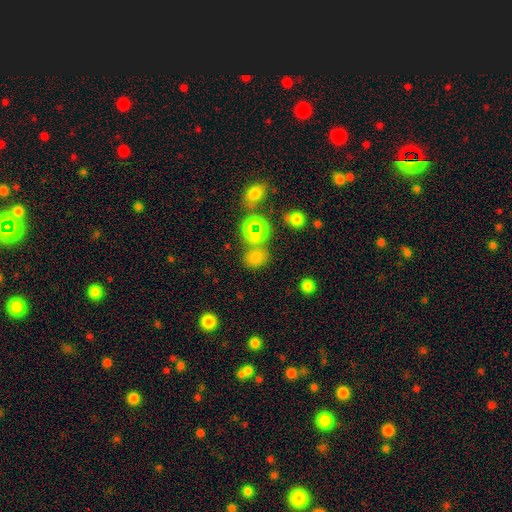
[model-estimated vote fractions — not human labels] A smooth galaxy with no disk features (56%) that is round (65%). Merging: none (65%).